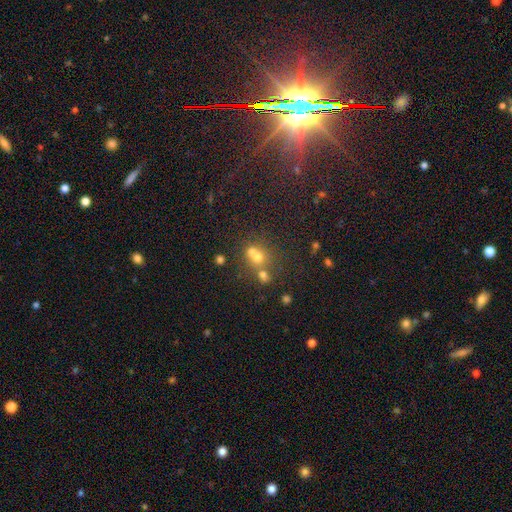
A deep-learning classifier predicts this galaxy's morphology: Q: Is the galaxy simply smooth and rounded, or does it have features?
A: smooth — 58%.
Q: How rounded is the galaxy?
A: round — 79%.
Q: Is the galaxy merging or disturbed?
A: merger — 50%.